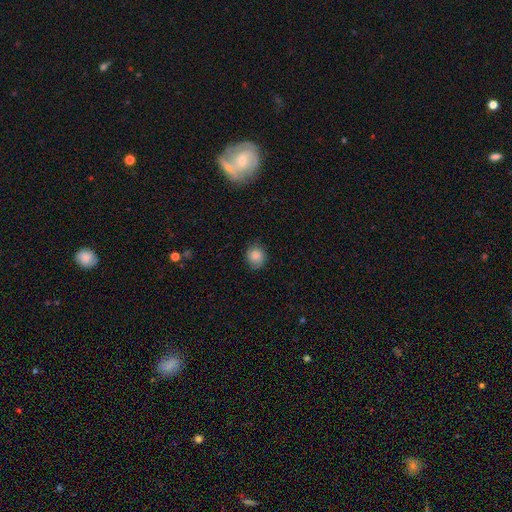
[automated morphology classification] Smooth or featured: smooth — 82% (featured or disk — 9%)
How rounded: round — 77% (in between — 22%)
Merging: none — 76% (minor disturbance — 19%)